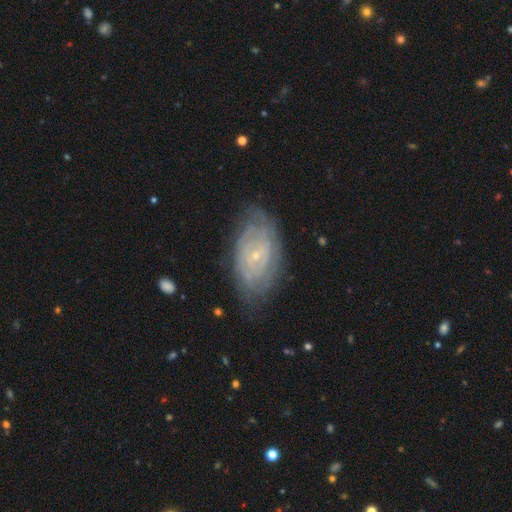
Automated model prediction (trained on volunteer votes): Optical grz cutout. It shows a featured or disk galaxy (76%) with no bar (64%), tight (74%) spiral arms (87%) and a small central bulge (82%). Merging: none (73%).